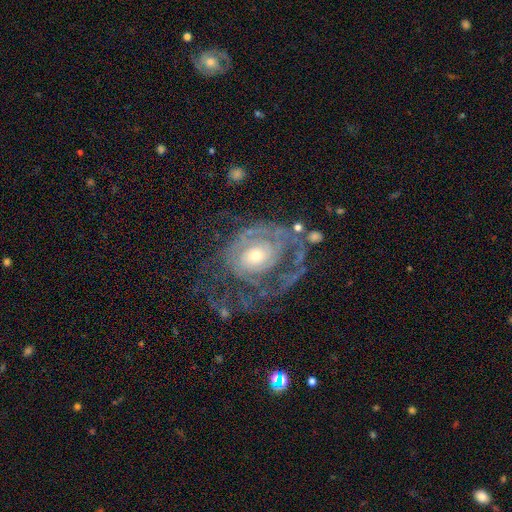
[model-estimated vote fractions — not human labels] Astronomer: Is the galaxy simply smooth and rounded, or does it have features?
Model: featured or disk — 82%.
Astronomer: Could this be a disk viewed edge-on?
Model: no — 97%.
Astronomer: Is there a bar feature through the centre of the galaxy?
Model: no — 78%.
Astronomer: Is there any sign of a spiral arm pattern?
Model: yes — 82%.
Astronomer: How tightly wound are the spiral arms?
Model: tight — 60%.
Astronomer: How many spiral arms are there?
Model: can't tell — 42% (runner-up: 2, 23%).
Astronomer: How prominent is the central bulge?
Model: small — 47% (runner-up: moderate, 45%).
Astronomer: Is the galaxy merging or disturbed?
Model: none — 43% (runner-up: major disturbance, 34%).